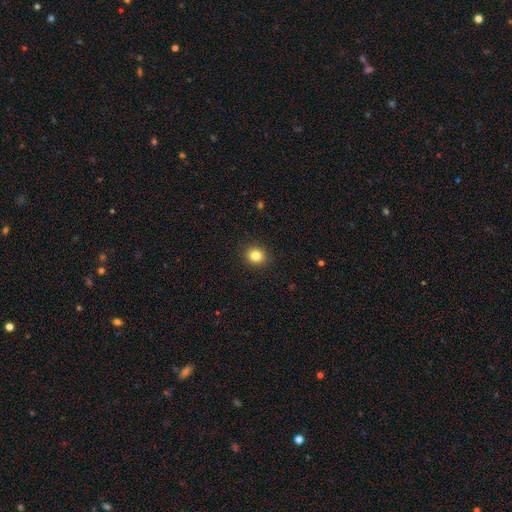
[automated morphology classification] Smooth or featured? smooth (83%)
How rounded? round (83%)
Merging? none (92%)